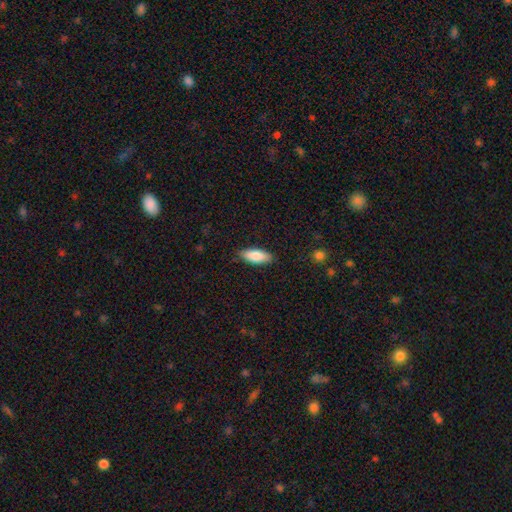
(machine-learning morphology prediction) Smooth or featured: smooth — 86% (featured or disk — 8%)
How rounded: in between — 79% (cigar-shaped — 19%)
Merging: none — 86% (minor disturbance — 11%)